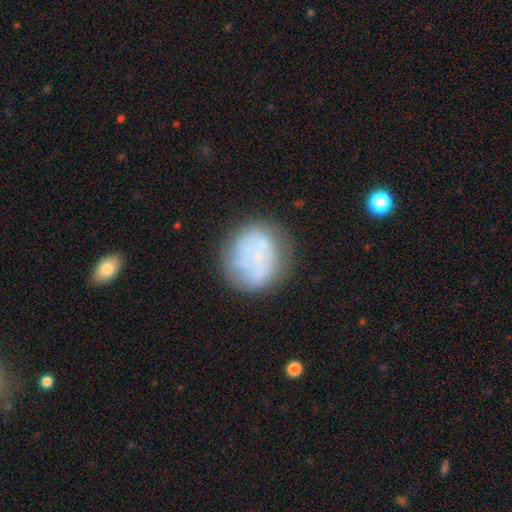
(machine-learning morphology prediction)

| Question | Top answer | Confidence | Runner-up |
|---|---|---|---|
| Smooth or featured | smooth | 49% | featured or disk (41%) |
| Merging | none | 63% | minor disturbance (21%) |